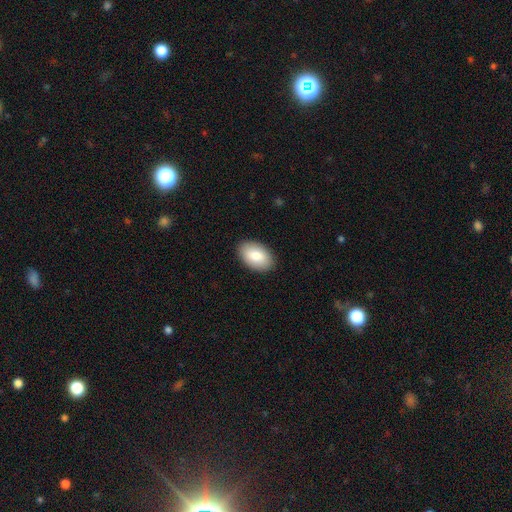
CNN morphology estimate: Smooth or featured?
  - smooth: 83% *
  - featured or disk: 10%
  - star or artifact: 6%
How rounded?
  - in between: 93% *
  - round: 6%
  - cigar-shaped: 1%
Merging?
  - none: 90% *
  - minor disturbance: 8%
  - major disturbance: 2%
  - merger: 1%